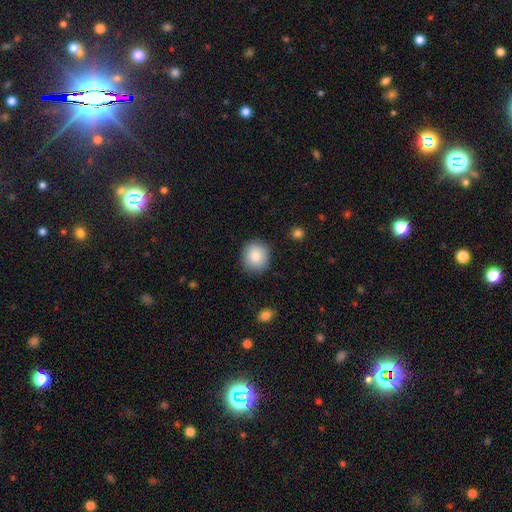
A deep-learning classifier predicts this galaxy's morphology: Smooth or featured: smooth — 84% (star or artifact — 8%)
How rounded: round — 86% (in between — 13%)
Merging: none — 87% (minor disturbance — 9%)